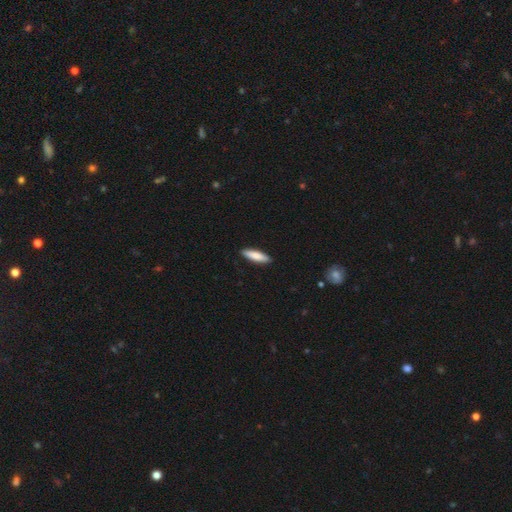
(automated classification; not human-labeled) smooth-or-featured: smooth: 82% | featured or disk: 13% | star or artifact: 5%
  how-rounded: cigar-shaped: 63% | in between: 36% | round: 2%
  merging: none: 90% | minor disturbance: 7% | major disturbance: 1% | merger: 1%